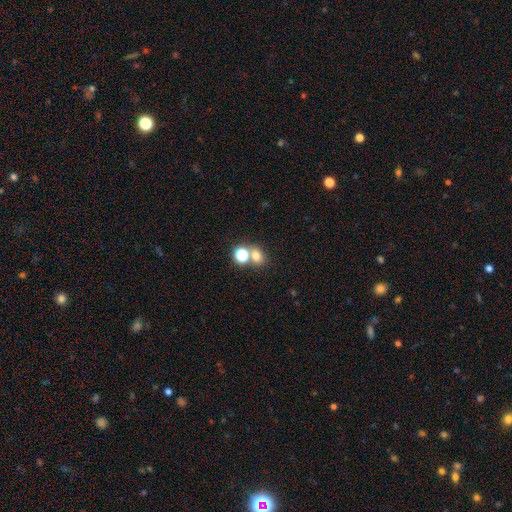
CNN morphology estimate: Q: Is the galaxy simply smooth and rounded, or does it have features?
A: smooth — 70%.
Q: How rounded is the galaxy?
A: round — 62%.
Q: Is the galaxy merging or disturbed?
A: none — 53%.